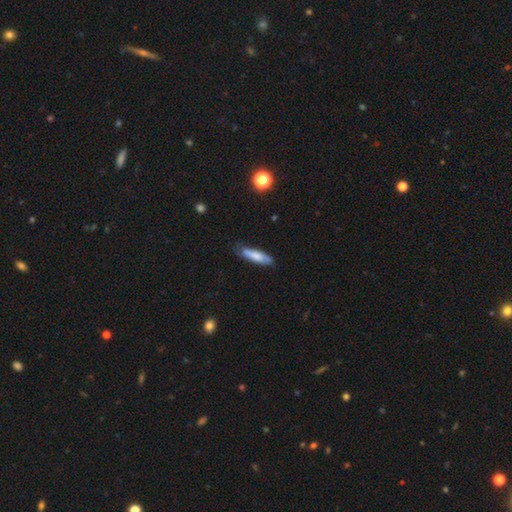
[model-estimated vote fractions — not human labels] Q: Smooth or featured?
A: smooth (74%); runner-up: featured or disk (20%)
Q: How rounded?
A: cigar-shaped (74%); runner-up: in between (25%)
Q: Merging?
A: none (67%); runner-up: minor disturbance (25%)